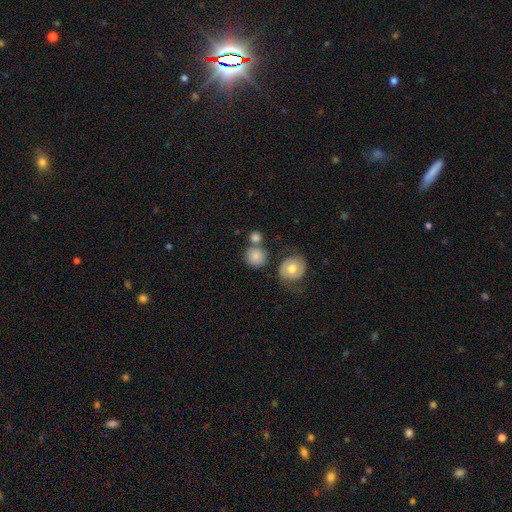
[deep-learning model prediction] smooth-or-featured: smooth: 81% | featured or disk: 11% | star or artifact: 8%
  how-rounded: round: 89% | in between: 10% | cigar-shaped: 1%
  merging: none: 62% | merger: 21% | minor disturbance: 12% | major disturbance: 5%